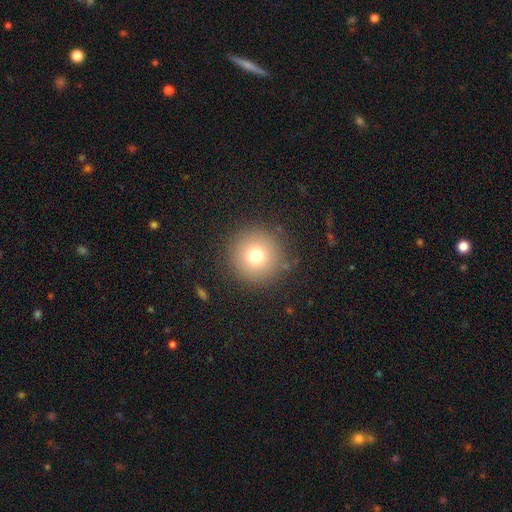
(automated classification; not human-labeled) smooth_or_featured: smooth (p=0.75) [alt: star or artifact p=0.13]
how_rounded: round (p=0.96) [alt: in between p=0.03]
merging: none (p=0.87) [alt: minor disturbance p=0.08]